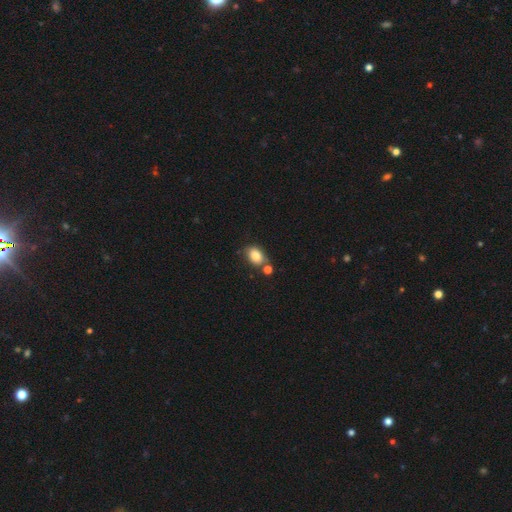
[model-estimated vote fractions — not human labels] A smooth galaxy with no disk features (84%) that is in between round and cigar-shaped (74%).

Vote fractions:
- Smooth or featured? smooth: 84% / star or artifact: 9% / featured or disk: 7%
- How rounded? in between: 74% / round: 24% / cigar-shaped: 1%
- Merging? none: 61% / merger: 19% / minor disturbance: 16% / major disturbance: 4%